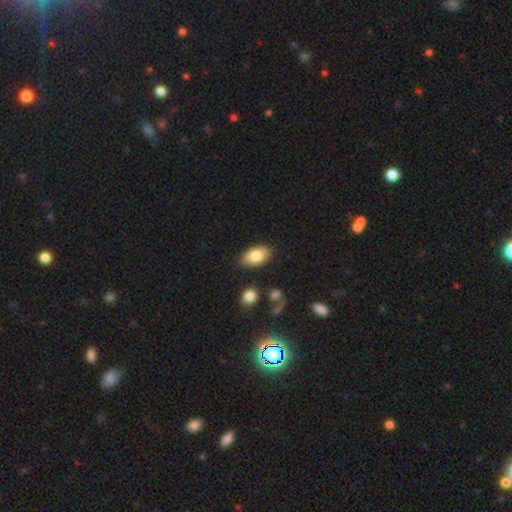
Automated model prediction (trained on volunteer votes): This appears to be a smooth galaxy with no disk features (82%) that is in between round and cigar-shaped (93%). Merging: none (82%).